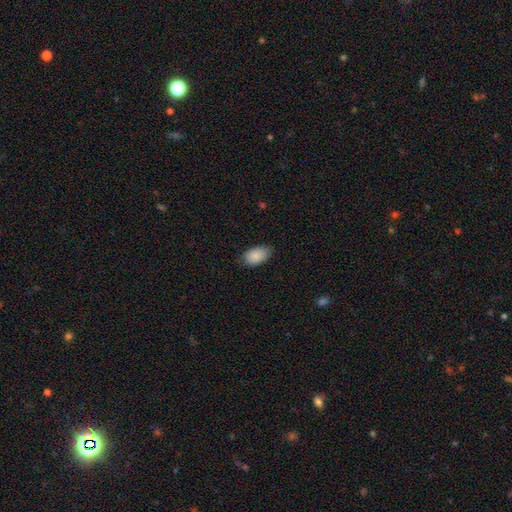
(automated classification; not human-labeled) smooth-or-featured: smooth: 88% | star or artifact: 7% | featured or disk: 5%
  how-rounded: in between: 93% | round: 6% | cigar-shaped: 1%
  merging: none: 78% | minor disturbance: 18% | major disturbance: 3% | merger: 1%